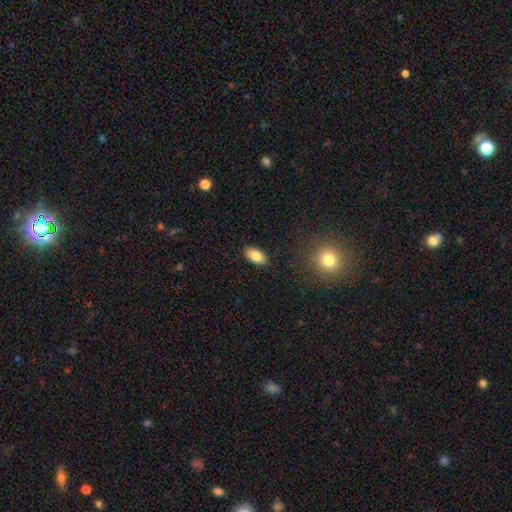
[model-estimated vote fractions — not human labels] Morphology: type=smooth (83%); roundness=in between (93%); merging=none (88%).